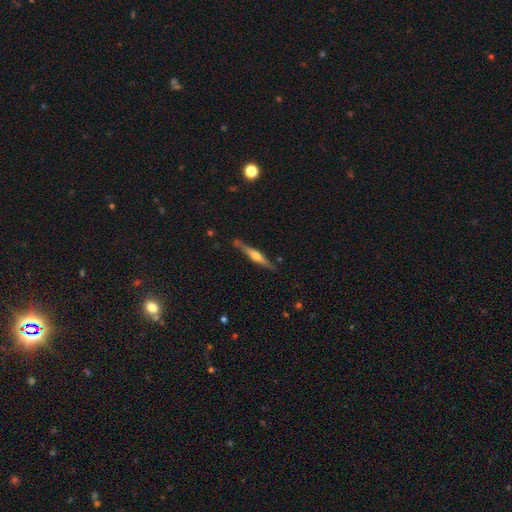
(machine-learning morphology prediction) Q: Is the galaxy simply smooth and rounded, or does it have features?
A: featured or disk — 70%.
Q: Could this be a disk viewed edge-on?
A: yes — 97%.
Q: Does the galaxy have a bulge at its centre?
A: rounded — 87%.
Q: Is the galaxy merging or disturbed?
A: none — 83%.